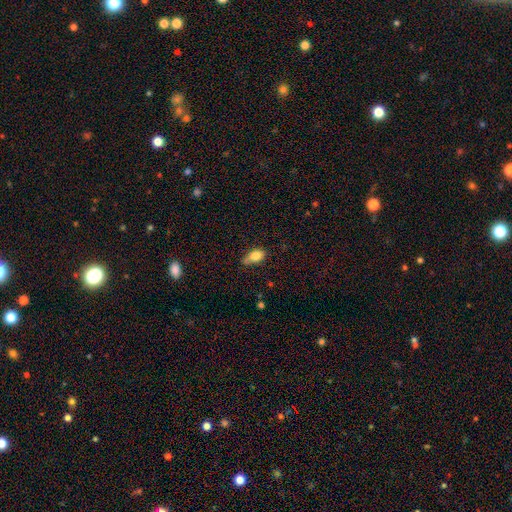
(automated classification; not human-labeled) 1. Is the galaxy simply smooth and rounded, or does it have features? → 81% smooth, 11% featured or disk, 9% star or artifact.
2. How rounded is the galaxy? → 85% in between, 10% round, 4% cigar-shaped.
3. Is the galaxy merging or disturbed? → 47% none, 37% minor disturbance, 9% major disturbance, 7% merger.